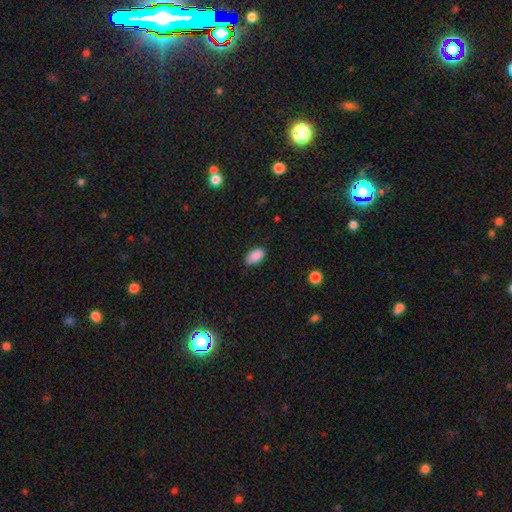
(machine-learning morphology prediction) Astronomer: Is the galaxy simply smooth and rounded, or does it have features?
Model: smooth — 89%.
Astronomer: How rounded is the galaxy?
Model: in between — 94%.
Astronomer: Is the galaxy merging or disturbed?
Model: none — 83%.